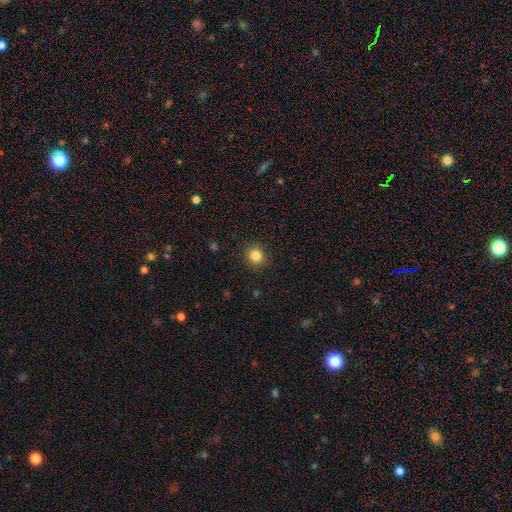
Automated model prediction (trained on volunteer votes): This appears to be a smooth galaxy with no disk features (83%) that is round (86%). Merging: none (90%).